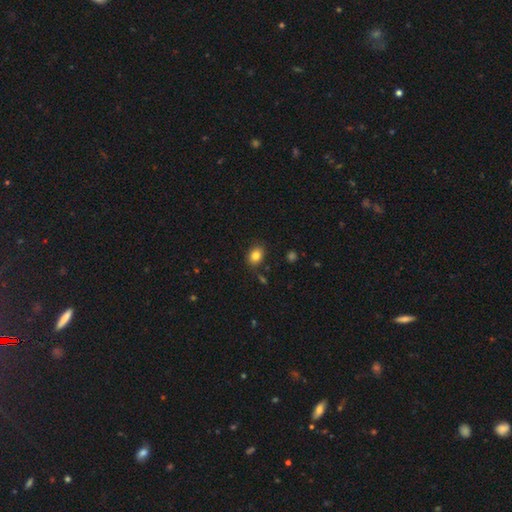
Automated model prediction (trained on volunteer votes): smooth_or_featured: smooth (p=0.82) [alt: star or artifact p=0.10]
how_rounded: in between (p=0.65) [alt: round p=0.34]
merging: none (p=0.83) [alt: minor disturbance p=0.12]